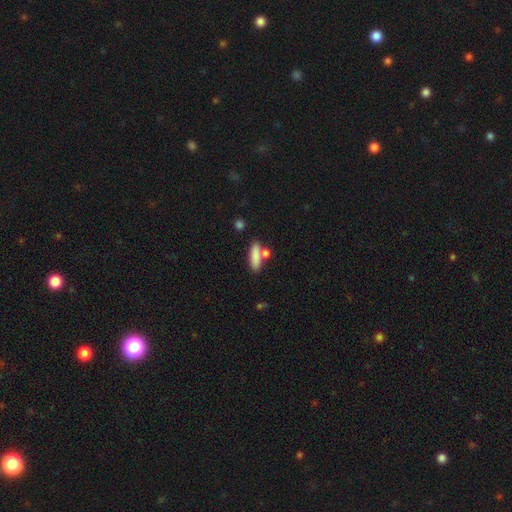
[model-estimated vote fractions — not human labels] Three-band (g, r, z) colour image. It shows a smooth galaxy with no disk features (84%) that is in between round and cigar-shaped (51%). Merging: none (65%).